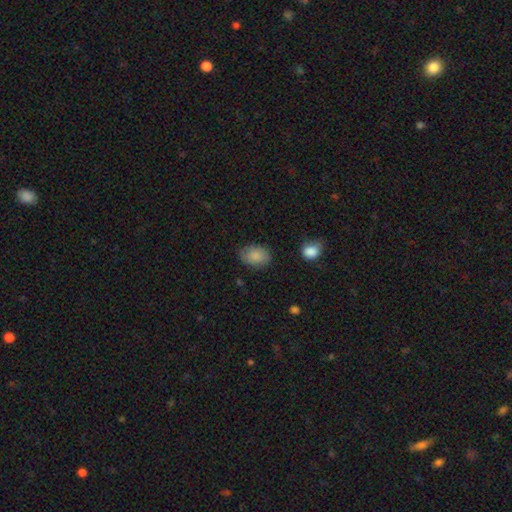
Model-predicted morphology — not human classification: smooth 86%, featured or disk 7%, star or artifact 7%. Down the decision tree: how rounded — in between (82%); merging — none (78%).